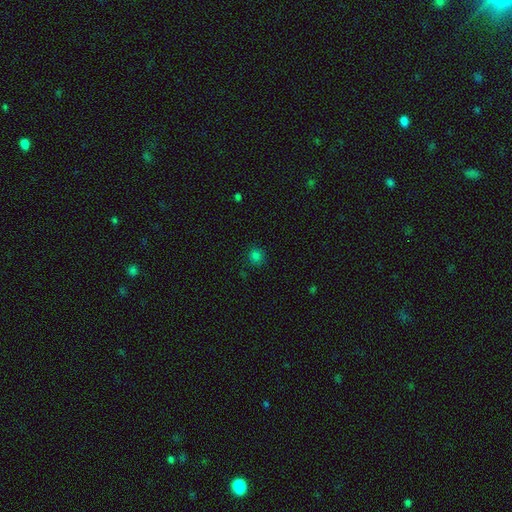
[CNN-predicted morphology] A smooth galaxy with no disk features (79%) that is round (84%). Merging: none (87%).